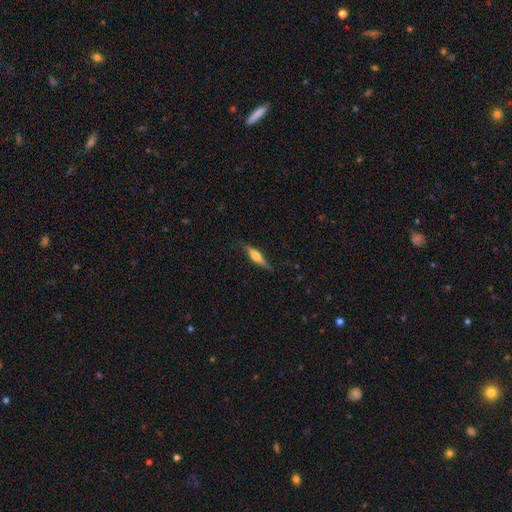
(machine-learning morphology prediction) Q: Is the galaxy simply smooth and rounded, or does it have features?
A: featured or disk — 63%.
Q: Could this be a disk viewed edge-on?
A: yes — 96%.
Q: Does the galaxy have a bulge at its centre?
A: rounded — 89%.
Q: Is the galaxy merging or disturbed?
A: none — 81%.